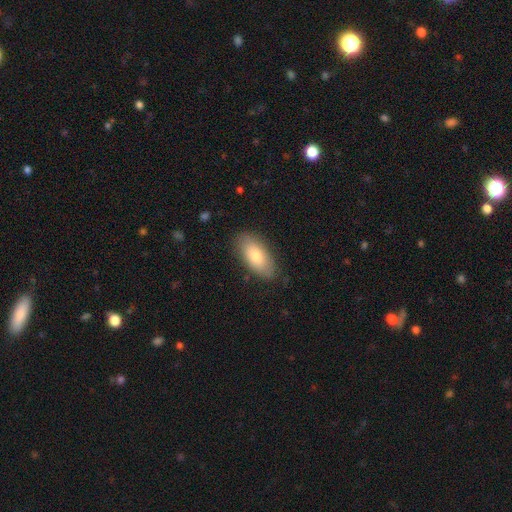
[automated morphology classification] Overall: smooth (77%). How rounded: in between (91%). Merging: none (83%).